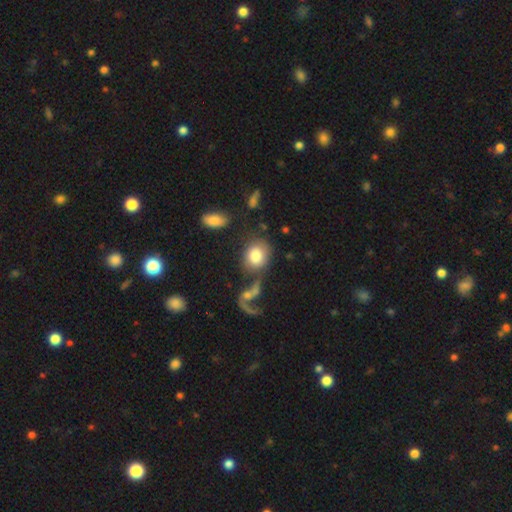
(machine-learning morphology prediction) Q: Smooth or featured?
A: smooth (78%); runner-up: featured or disk (14%)
Q: How rounded?
A: round (60%); runner-up: in between (39%)
Q: Merging?
A: none (50%); runner-up: merger (22%)